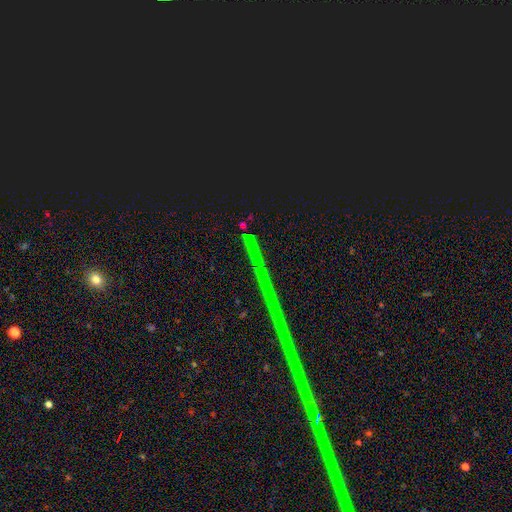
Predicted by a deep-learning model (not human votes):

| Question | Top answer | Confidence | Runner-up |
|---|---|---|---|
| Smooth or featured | star or artifact | 89% | featured or disk (6%) |